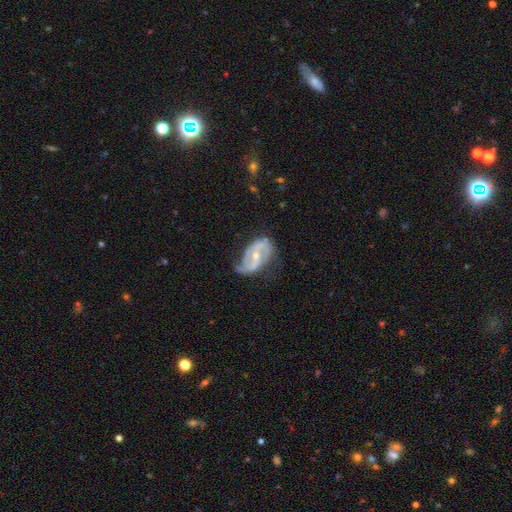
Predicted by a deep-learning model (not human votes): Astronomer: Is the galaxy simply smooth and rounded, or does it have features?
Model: featured or disk — 85%.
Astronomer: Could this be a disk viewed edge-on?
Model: no — 96%.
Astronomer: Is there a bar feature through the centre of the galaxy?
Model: weak — 39% (runner-up: strong, 34%).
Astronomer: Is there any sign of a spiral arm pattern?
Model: yes — 92%.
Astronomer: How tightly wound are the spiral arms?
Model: loose — 42% (runner-up: medium, 40%).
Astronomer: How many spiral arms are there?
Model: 2 — 82%.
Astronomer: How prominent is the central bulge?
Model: small — 52% (runner-up: moderate, 45%).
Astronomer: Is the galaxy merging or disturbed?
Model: none — 52% (runner-up: minor disturbance, 29%).